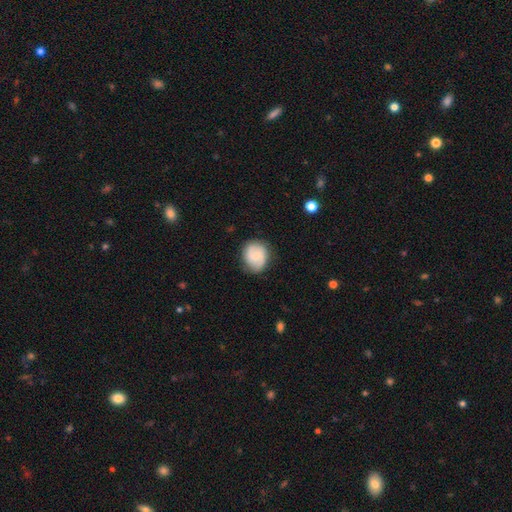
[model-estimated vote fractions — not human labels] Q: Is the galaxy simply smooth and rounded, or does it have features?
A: smooth — 50%.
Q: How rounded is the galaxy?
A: round — 72%.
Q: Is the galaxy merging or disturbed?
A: none — 76%.